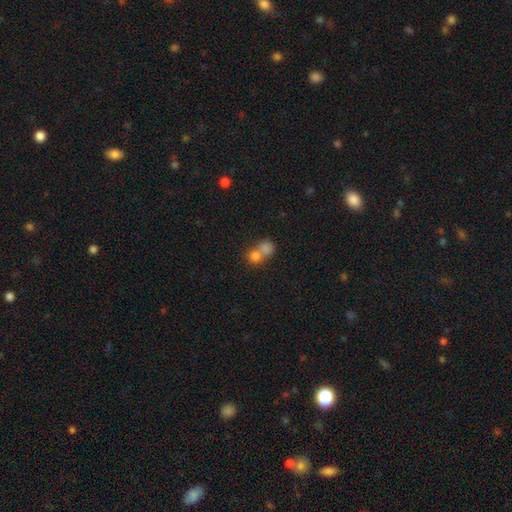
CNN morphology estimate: smooth 79%, star or artifact 11%, featured or disk 10%. Down the decision tree: how rounded — round (78%); merging — merger (63%).